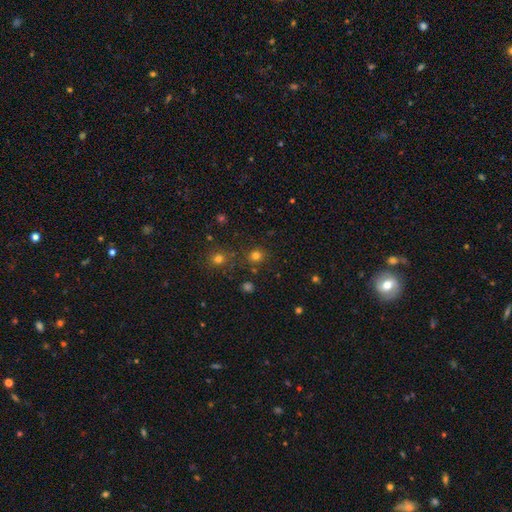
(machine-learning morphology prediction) Smooth or featured? smooth (76%)
How rounded? round (87%)
Merging? none (83%)